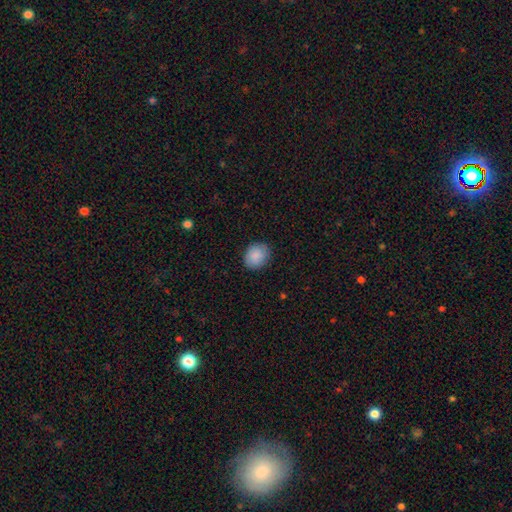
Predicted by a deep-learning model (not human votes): smooth_or_featured: smooth (p=0.88) [alt: star or artifact p=0.07]
how_rounded: round (p=0.57) [alt: in between p=0.43]
merging: none (p=0.86) [alt: minor disturbance p=0.10]